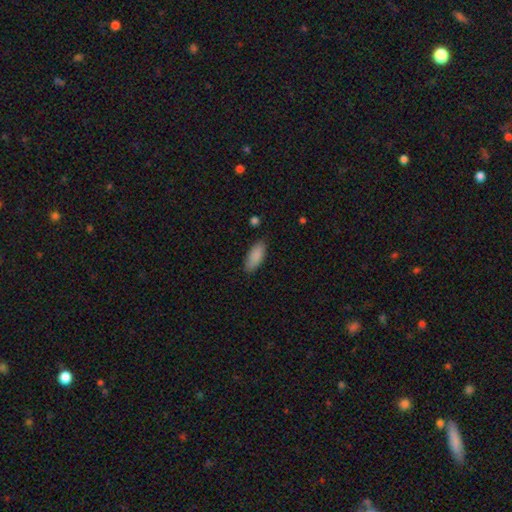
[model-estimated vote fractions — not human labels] The model was most divided on "merging": none: 84%, minor disturbance: 13%, major disturbance: 3%, merger: 1%. More confident: smooth or featured — smooth (88%); how rounded — in between (85%).